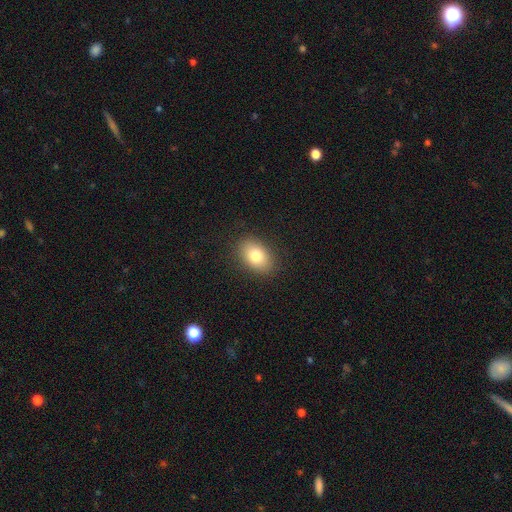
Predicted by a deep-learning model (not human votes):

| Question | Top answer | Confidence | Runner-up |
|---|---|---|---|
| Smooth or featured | smooth | 81% | featured or disk (10%) |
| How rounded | in between | 84% | round (15%) |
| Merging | none | 88% | minor disturbance (9%) |